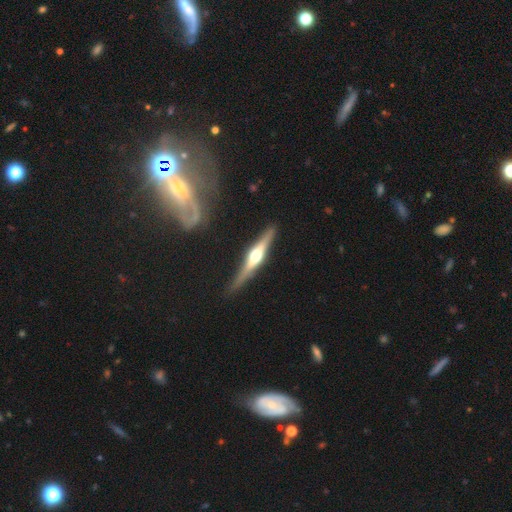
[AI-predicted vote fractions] This appears to be a featured or disk galaxy (76%) viewed edge-on (97%) with a rounded central bulge (92%). Merging: none (87%).